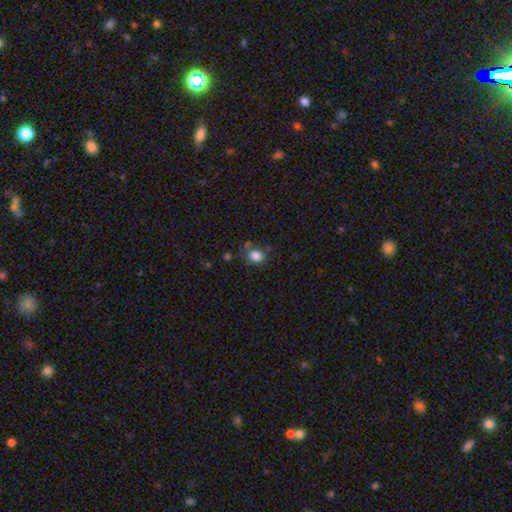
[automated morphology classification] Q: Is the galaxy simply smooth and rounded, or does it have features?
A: smooth — 83%.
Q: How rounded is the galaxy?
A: round — 55%.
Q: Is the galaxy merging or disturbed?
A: none — 69%.